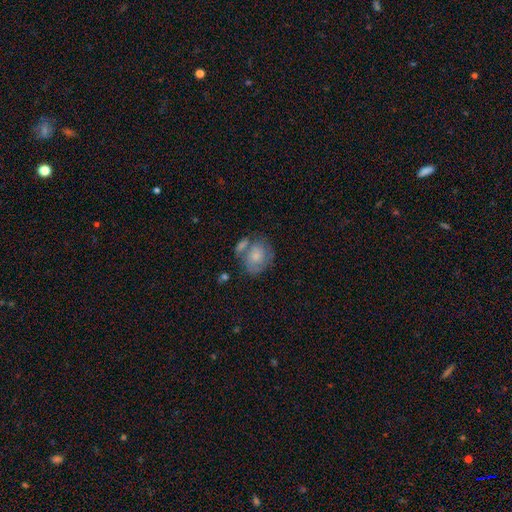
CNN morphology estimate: A smooth galaxy with no disk features (58%) that is round (56%).

Vote fractions:
- Smooth or featured? smooth: 58% / featured or disk: 35% / star or artifact: 7%
- How rounded? round: 56% / in between: 43% / cigar-shaped: 1%
- Merging? none: 44% / merger: 27% / minor disturbance: 20% / major disturbance: 10%